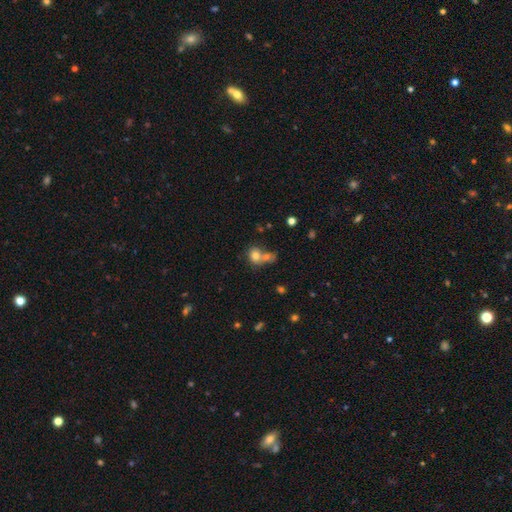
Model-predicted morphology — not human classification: This is likely a smooth galaxy (76%). How rounded: likely round (61%). Merging: possibly merger (50%).